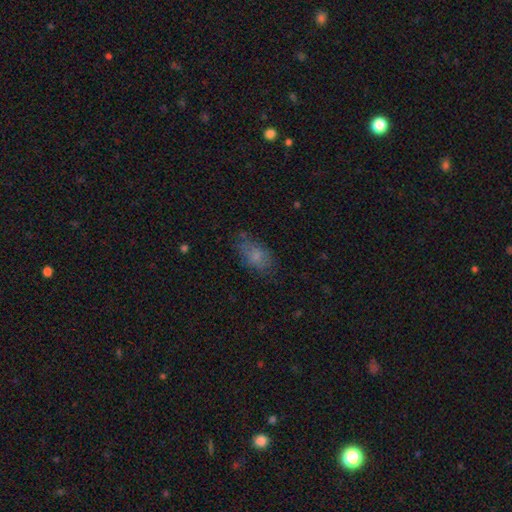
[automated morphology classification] Smooth or featured?
  - smooth: 73% *
  - featured or disk: 17%
  - star or artifact: 11%
How rounded?
  - in between: 88% *
  - round: 8%
  - cigar-shaped: 4%
Merging?
  - none: 61% *
  - minor disturbance: 25%
  - major disturbance: 12%
  - merger: 2%